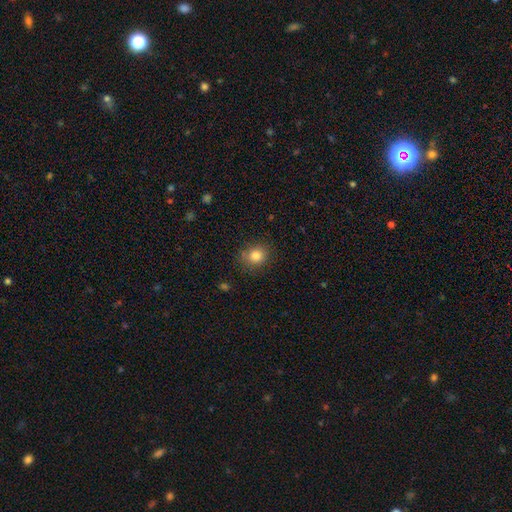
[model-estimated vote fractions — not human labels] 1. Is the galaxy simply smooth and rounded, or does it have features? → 83% smooth, 11% star or artifact, 6% featured or disk.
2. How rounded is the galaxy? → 73% round, 26% in between, 1% cigar-shaped.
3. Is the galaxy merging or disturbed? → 81% none, 14% minor disturbance, 4% major disturbance, 2% merger.